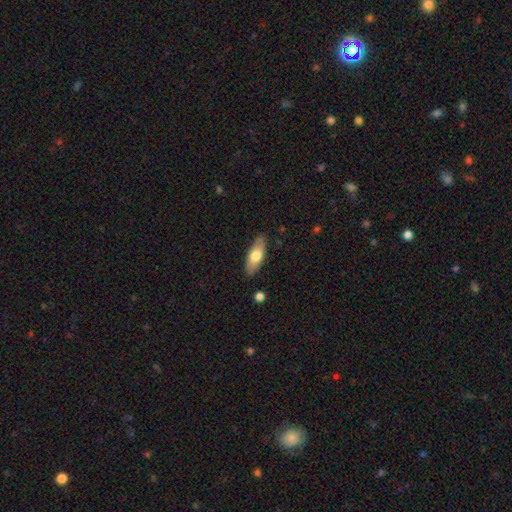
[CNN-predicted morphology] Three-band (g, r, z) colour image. It shows a smooth galaxy with no disk features (68%) that is in between round and cigar-shaped (74%). Merging: none (85%).